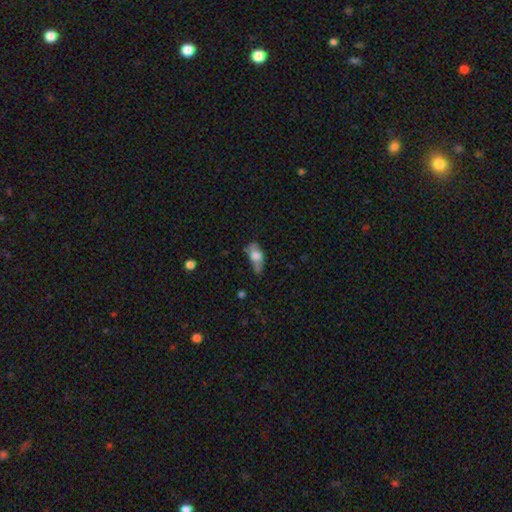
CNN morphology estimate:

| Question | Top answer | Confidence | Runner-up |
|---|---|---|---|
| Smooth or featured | smooth | 65% | featured or disk (26%) |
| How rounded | in between | 83% | cigar-shaped (10%) |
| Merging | none | 38% | minor disturbance (35%) |